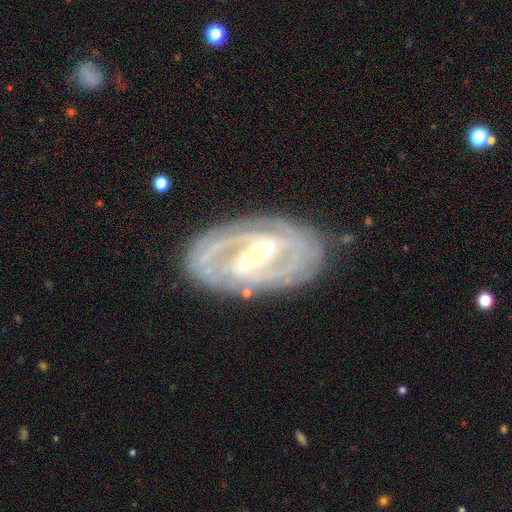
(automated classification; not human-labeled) This is clearly a featured or disk galaxy (89%). It is clearly not viewed edge-on (95%). Bar: likely strong (61%). Spiral arm pattern: clearly yes (96%). Spiral arm count: likely 2 (62%). Spiral winding: likely tight (63%). Central bulge: possibly small (54%). Merging: clearly none (80%).